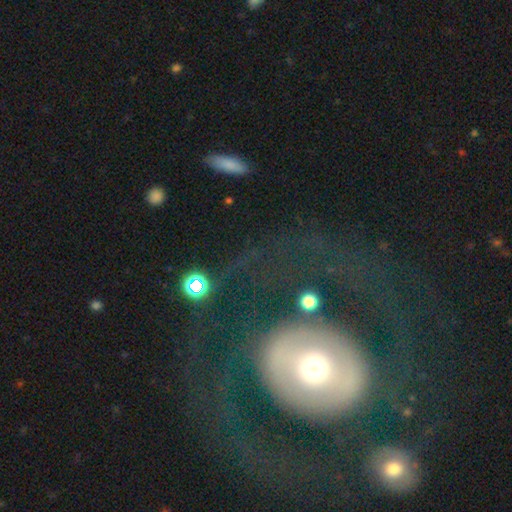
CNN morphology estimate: type=featured or disk (53%); edge-on=no (91%); merging=none (64%).